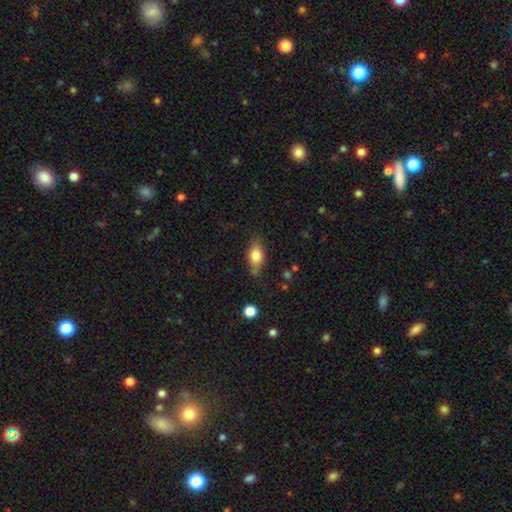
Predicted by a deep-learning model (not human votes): Smooth or featured? smooth (77%)
How rounded? in between (83%)
Merging? none (67%)